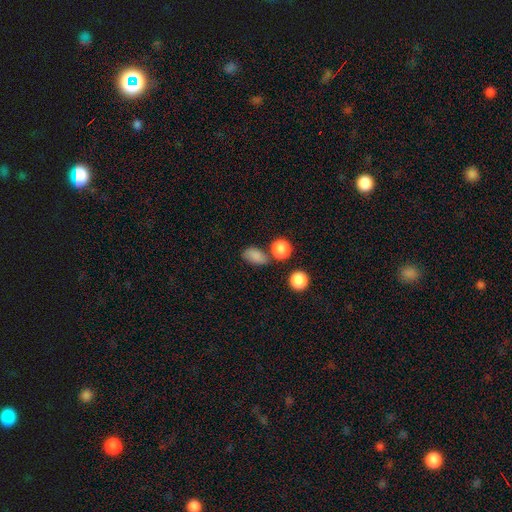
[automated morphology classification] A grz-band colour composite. It shows a smooth galaxy with no disk features (84%) that is in between round and cigar-shaped (81%). Merging: none (65%).